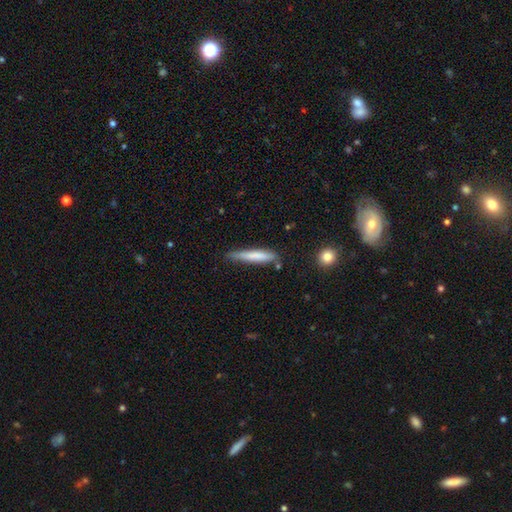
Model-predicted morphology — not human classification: A smooth galaxy with no disk features (73%) that is cigar-shaped (91%).

Vote fractions:
- Smooth or featured? smooth: 73% / featured or disk: 21% / star or artifact: 6%
- How rounded? cigar-shaped: 91% / in between: 8% / round: 1%
- Merging? none: 65% / minor disturbance: 26% / major disturbance: 5% / merger: 4%